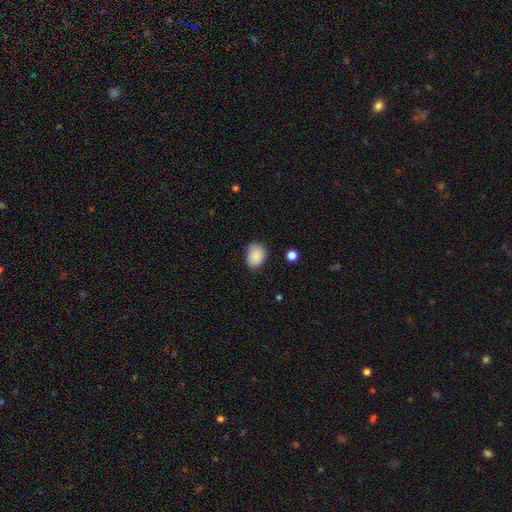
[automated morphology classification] smooth 88%, star or artifact 8%, featured or disk 5%. Down the decision tree: how rounded — in between (57%); merging — none (72%).